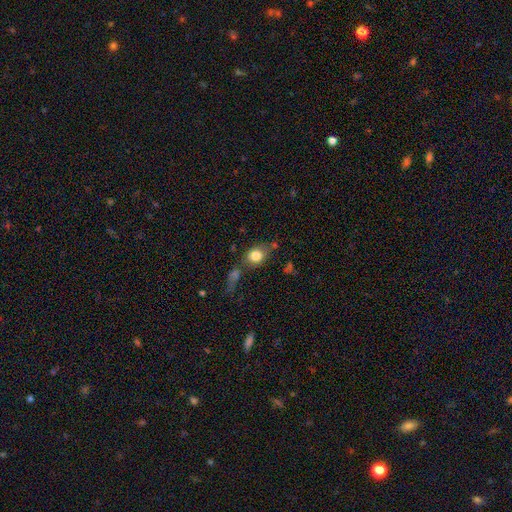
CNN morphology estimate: A smooth galaxy with no disk features (79%) that is in between round and cigar-shaped (51%).

Vote fractions:
- Smooth or featured? smooth: 79% / featured or disk: 12% / star or artifact: 9%
- How rounded? in between: 51% / round: 46% / cigar-shaped: 3%
- Merging? none: 53% / minor disturbance: 19% / merger: 18% / major disturbance: 10%